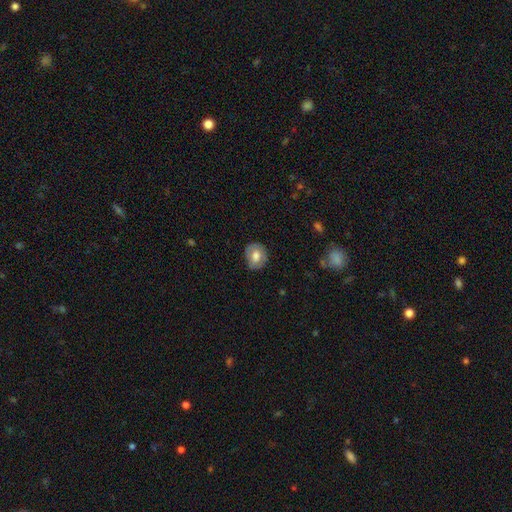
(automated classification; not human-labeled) Morphology: type=smooth (65%); roundness=round (67%); merging=none (81%).